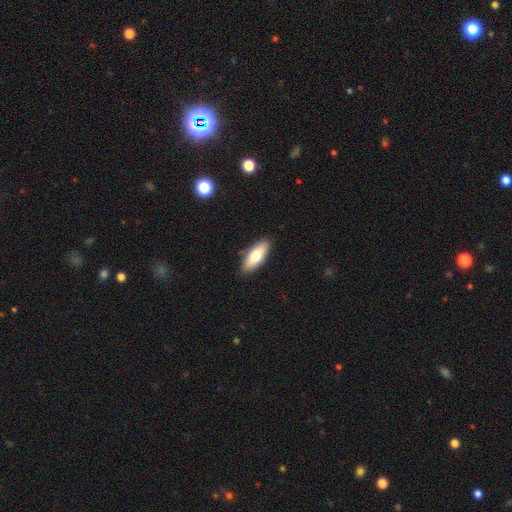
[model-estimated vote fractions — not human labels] Overall: smooth (75%). How rounded: in between (77%). Merging: none (87%).